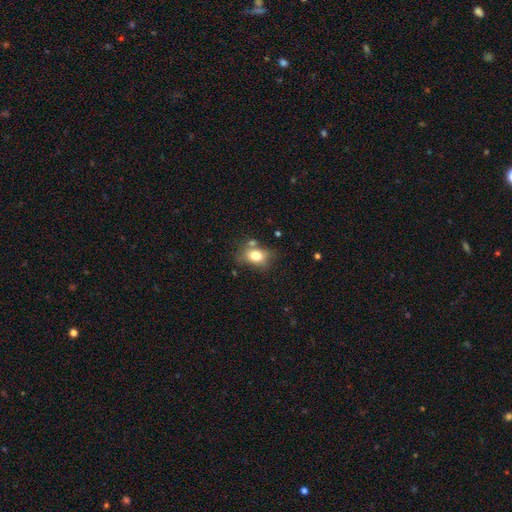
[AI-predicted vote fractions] Smooth or featured? smooth (77%)
How rounded? in between (69%)
Merging? none (62%)